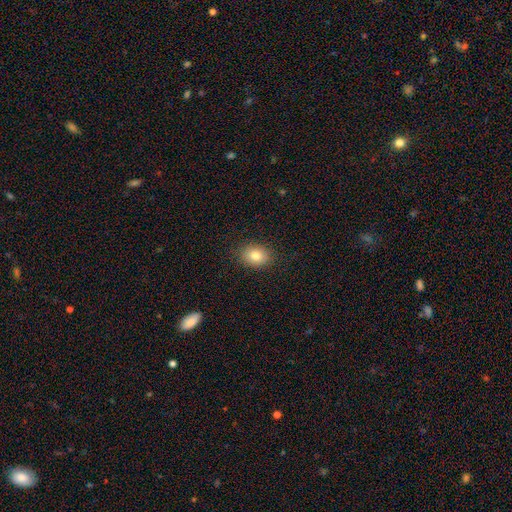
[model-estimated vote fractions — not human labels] Morphology: type=smooth (81%); roundness=in between (62%); merging=none (88%).